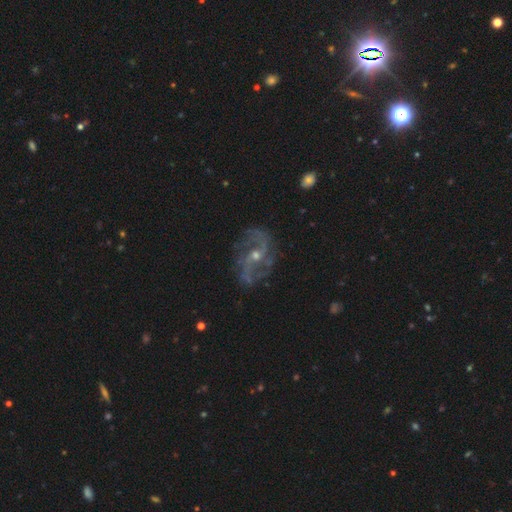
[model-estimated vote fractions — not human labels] A featured or disk galaxy (88%) with no bar (45%), 2 (72%) loose (45%) spiral arms (96%) and a small central bulge (50%). Merging: none (73%).